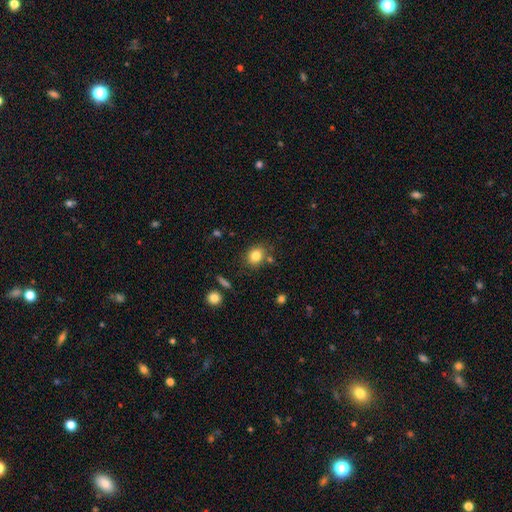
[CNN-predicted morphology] Q: Smooth or featured?
A: smooth (82%); runner-up: star or artifact (11%)
Q: How rounded?
A: round (62%); runner-up: in between (37%)
Q: Merging?
A: none (77%); runner-up: minor disturbance (12%)